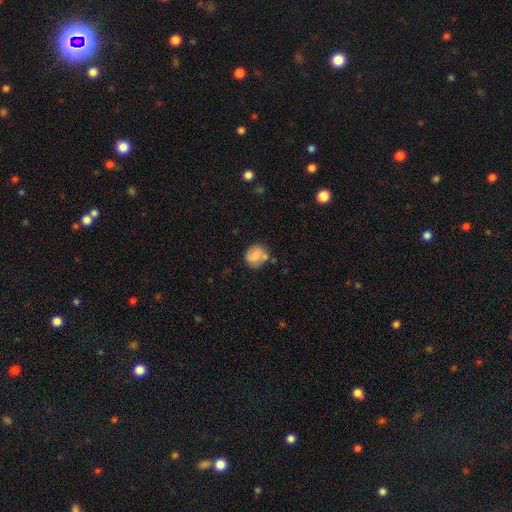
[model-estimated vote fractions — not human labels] A smooth galaxy with no disk features (70%) that is round (69%). Merging: none (61%).